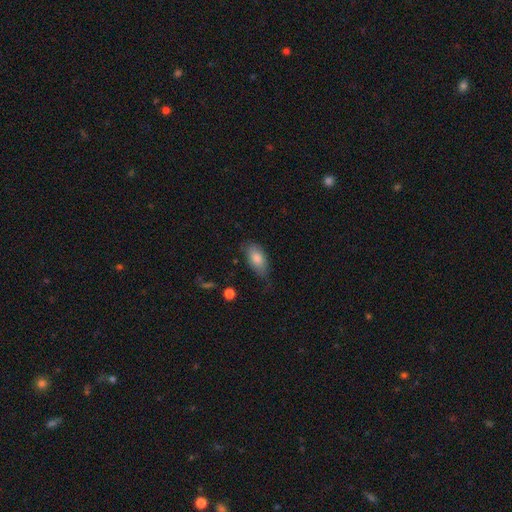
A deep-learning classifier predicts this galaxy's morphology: Overall: smooth (78%). How rounded: in between (87%). Merging: none (65%; minor disturbance 27%).